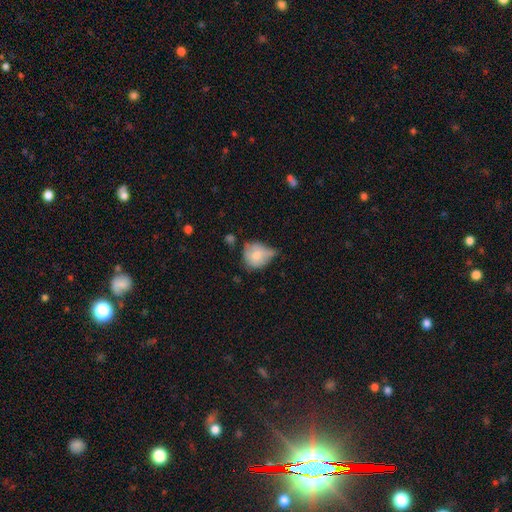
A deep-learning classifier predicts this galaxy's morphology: Smooth or featured: smooth — 70% (featured or disk — 21%)
How rounded: round — 71% (in between — 27%)
Merging: minor disturbance — 44% (none — 30%)